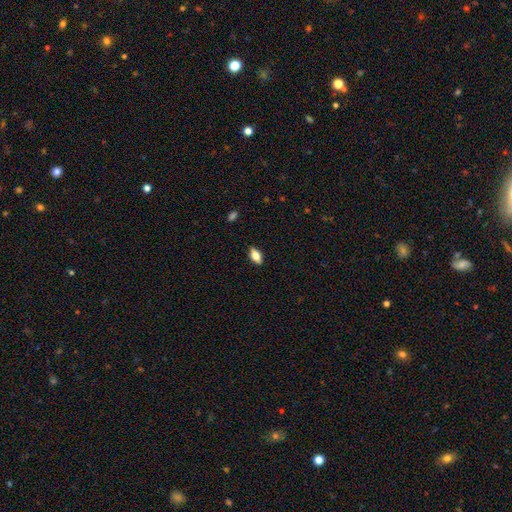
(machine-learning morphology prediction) smooth-or-featured: smooth: 70% | featured or disk: 22% | star or artifact: 8%
  how-rounded: in between: 85% | cigar-shaped: 11% | round: 4%
  merging: none: 87% | minor disturbance: 10% | major disturbance: 2% | merger: 1%